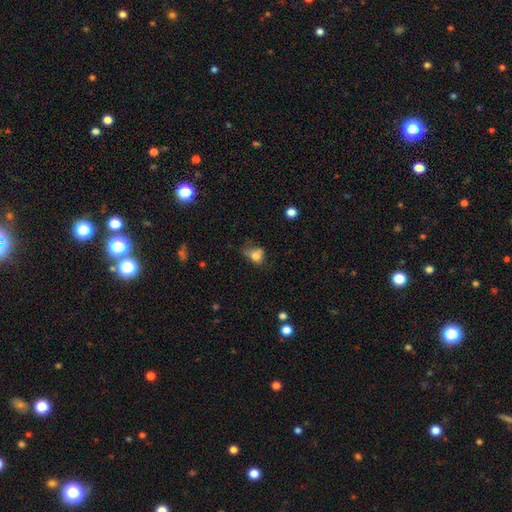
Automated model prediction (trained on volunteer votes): A smooth galaxy with no disk features (72%) that is in between round and cigar-shaped (49%, tied with round).

Vote fractions:
- Smooth or featured? smooth: 72% / featured or disk: 16% / star or artifact: 12%
- How rounded? in between: 49% (tied) / round: 49% (tied) / cigar-shaped: 2%
- Merging? none: 36% / minor disturbance: 32% / major disturbance: 23% / merger: 9%